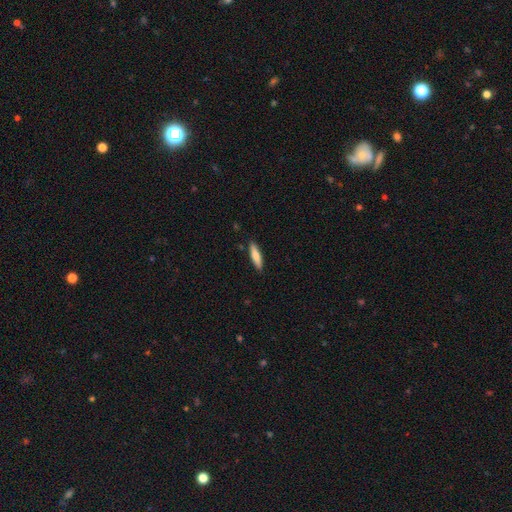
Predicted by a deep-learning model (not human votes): Smooth or featured? Predicted: smooth (p=0.78). How rounded? Predicted: cigar-shaped (p=0.75). Merging? Predicted: none (p=0.88).